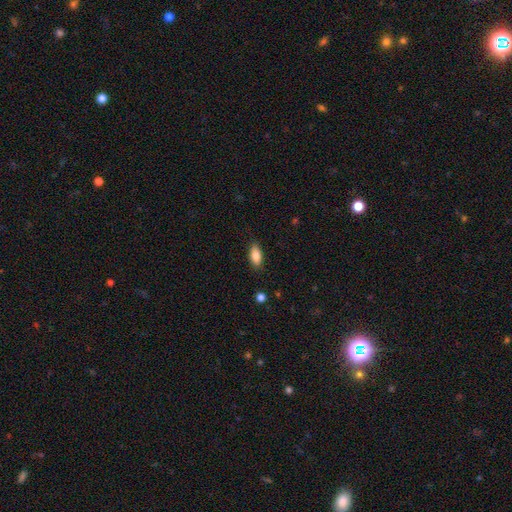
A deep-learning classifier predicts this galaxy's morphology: smooth-or-featured: smooth: 83% | featured or disk: 10% | star or artifact: 7%
  how-rounded: in between: 87% | cigar-shaped: 9% | round: 3%
  merging: none: 86% | minor disturbance: 11% | major disturbance: 2% | merger: 1%